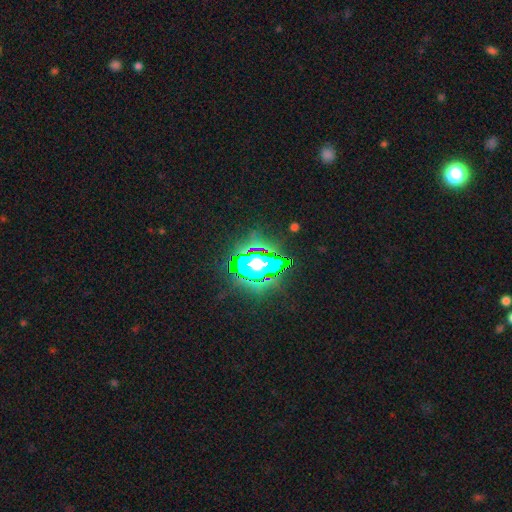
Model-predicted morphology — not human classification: This appears to be a star or artifact, not a galaxy (60%).